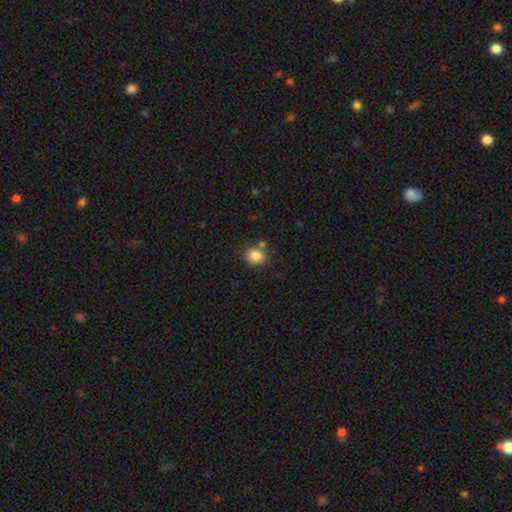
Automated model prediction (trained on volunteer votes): Smooth or featured: smooth — 85% (star or artifact — 10%)
How rounded: round — 70% (in between — 29%)
Merging: none — 73% (merger — 12%)